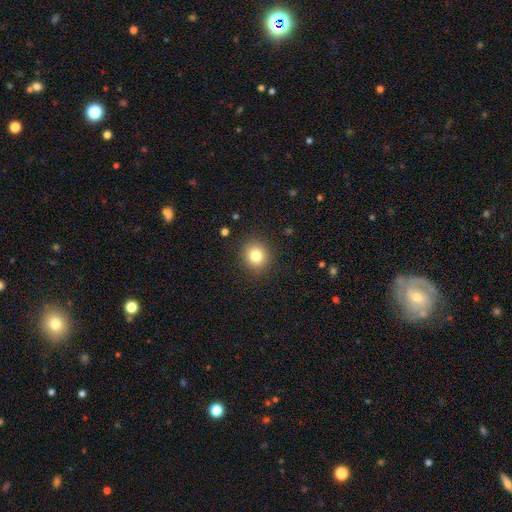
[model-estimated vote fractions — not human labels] Morphology: type=smooth (80%); roundness=round (84%); merging=none (89%).